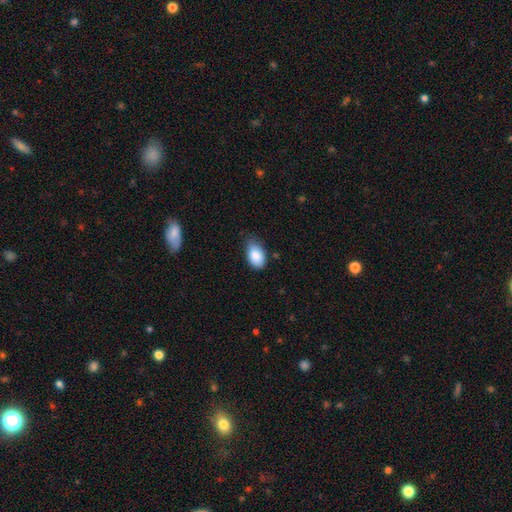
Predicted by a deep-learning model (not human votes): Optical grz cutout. It shows a smooth galaxy with no disk features (86%) that is in between round and cigar-shaped (93%). Merging: none (60%).